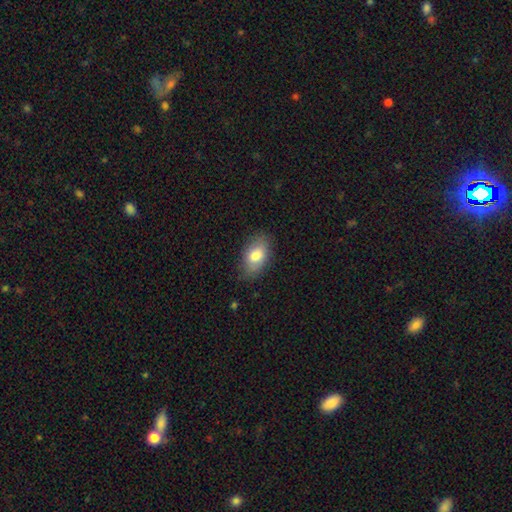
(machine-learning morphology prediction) smooth_or_featured: smooth (p=0.79) [alt: featured or disk p=0.14]
how_rounded: in between (p=0.91) [alt: round p=0.07]
merging: none (p=0.80) [alt: minor disturbance p=0.15]